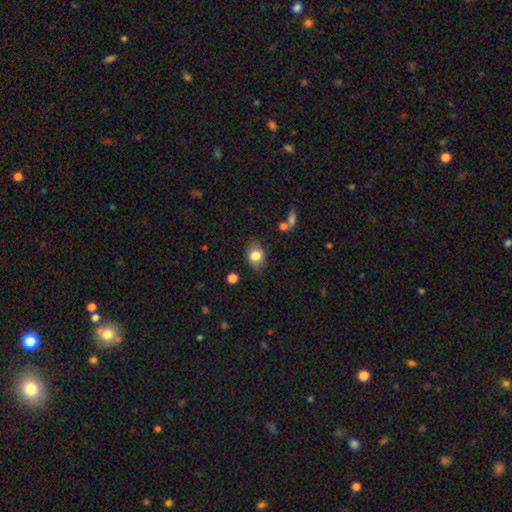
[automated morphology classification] Smooth or featured?
  - smooth: 81% *
  - featured or disk: 10%
  - star or artifact: 9%
How rounded?
  - in between: 58% *
  - round: 40%
  - cigar-shaped: 1%
Merging?
  - none: 79% *
  - minor disturbance: 15%
  - major disturbance: 4%
  - merger: 2%